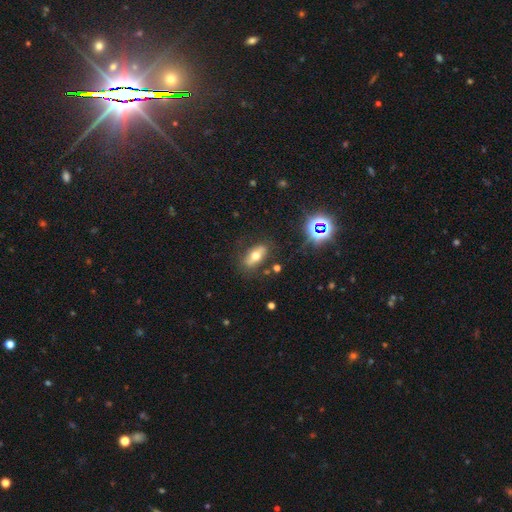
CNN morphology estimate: smooth 55%, featured or disk 32%, star or artifact 13%. Down the decision tree: how rounded — in between (82%); merging — none (78%).